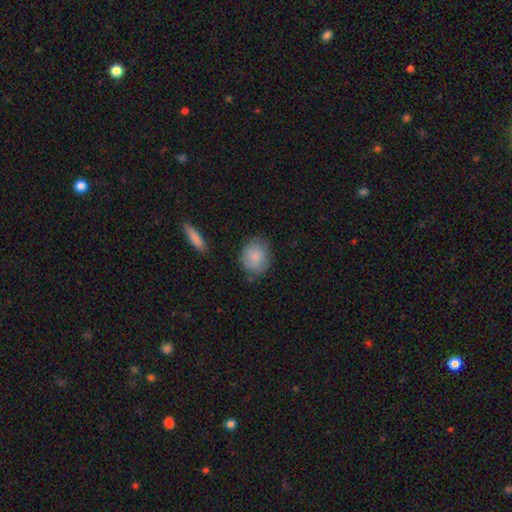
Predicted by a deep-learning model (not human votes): This is clearly a smooth galaxy (86%). How rounded: likely round (68%). Merging: likely none (75%).